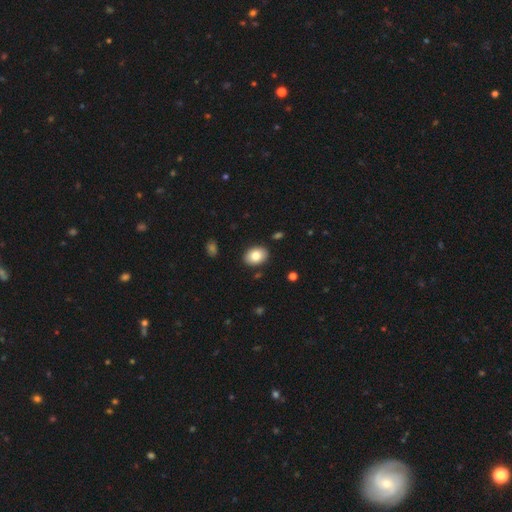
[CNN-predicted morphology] The model was most divided on "how rounded": in between: 75%, round: 24%, cigar-shaped: 1%. More confident: merging — none (88%); smooth or featured — smooth (82%).